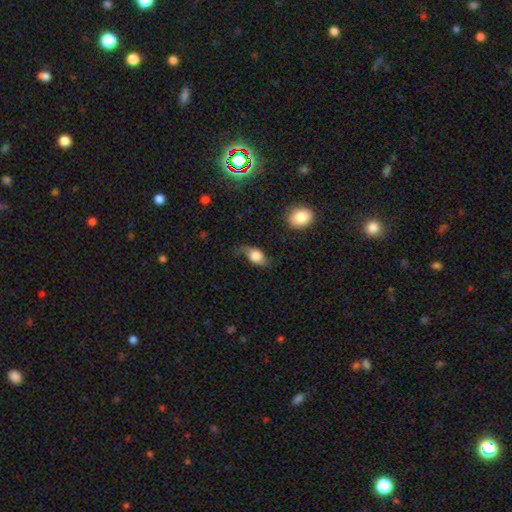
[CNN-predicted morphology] smooth 72%, featured or disk 20%, star or artifact 8%. Down the decision tree: how rounded — in between (79%); merging — none (46%).